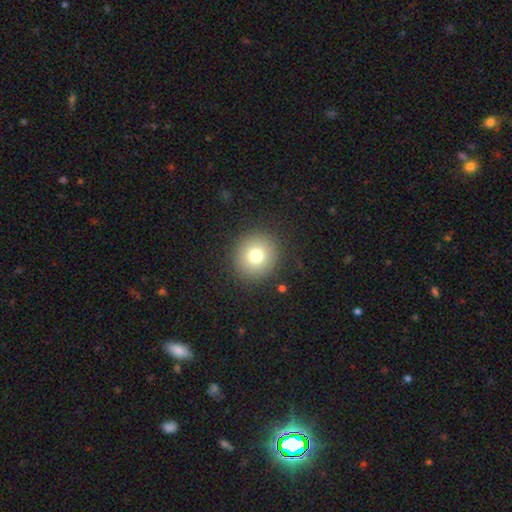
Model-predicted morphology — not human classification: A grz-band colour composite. It shows a smooth galaxy with no disk features (77%) that is round (90%). Merging: none (89%).